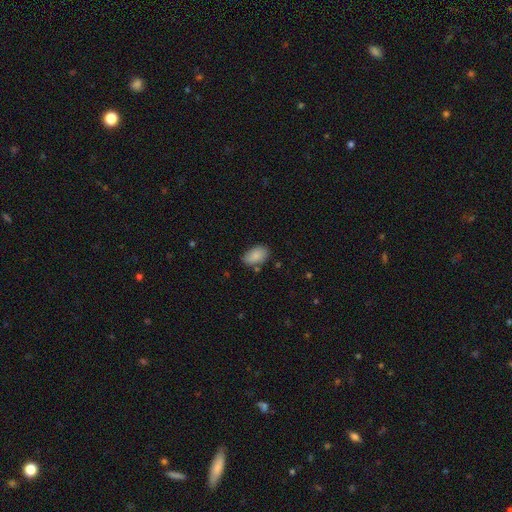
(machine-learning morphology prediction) This is clearly a smooth galaxy (84%). How rounded: clearly in between (92%). Merging: likely none (75%).